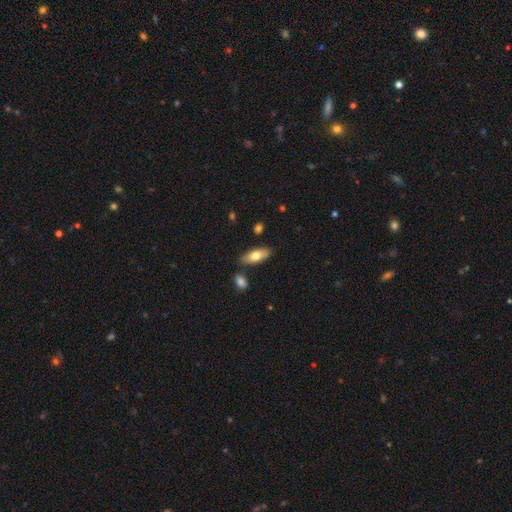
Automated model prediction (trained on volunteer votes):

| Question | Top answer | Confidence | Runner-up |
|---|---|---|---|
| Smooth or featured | smooth | 72% | featured or disk (23%) |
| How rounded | in between | 77% | cigar-shaped (20%) |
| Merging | none | 81% | minor disturbance (12%) |